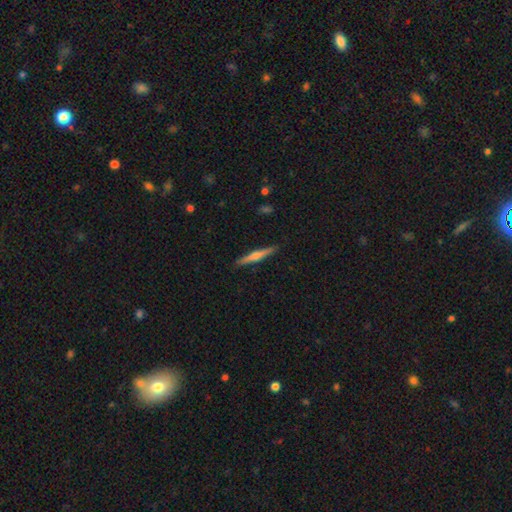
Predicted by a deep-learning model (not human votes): A featured or disk galaxy (55%) viewed edge-on (98%) with a rounded central bulge (76%). Merging: none (90%).